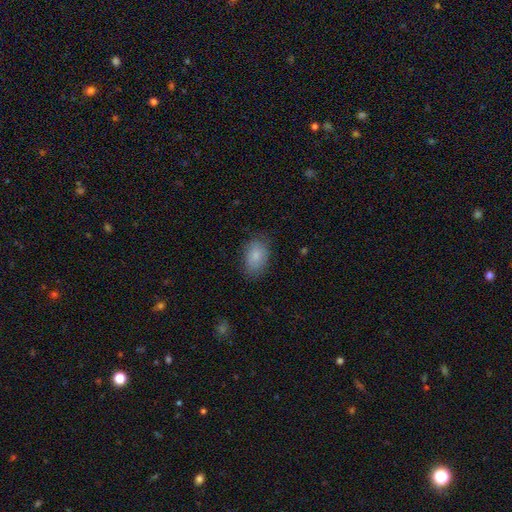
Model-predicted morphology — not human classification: Smooth or featured? Predicted: smooth (p=0.83). How rounded? Predicted: in between (p=0.86). Merging? Predicted: none (p=0.77).